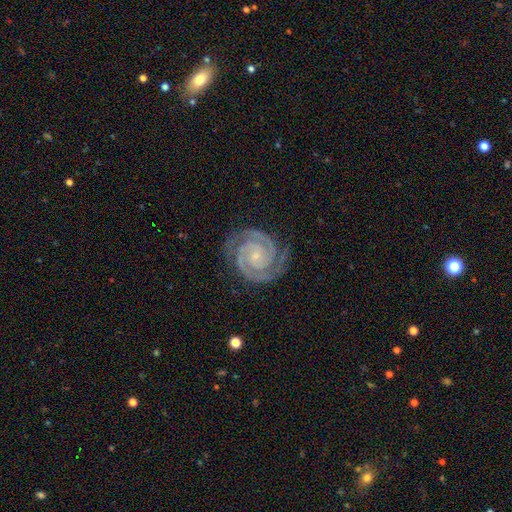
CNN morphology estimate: A featured or disk galaxy (93%) with no bar (69%), 2 (87%) tight (81%) spiral arms (99%) and a small central bulge (79%). Merging: none (83%).